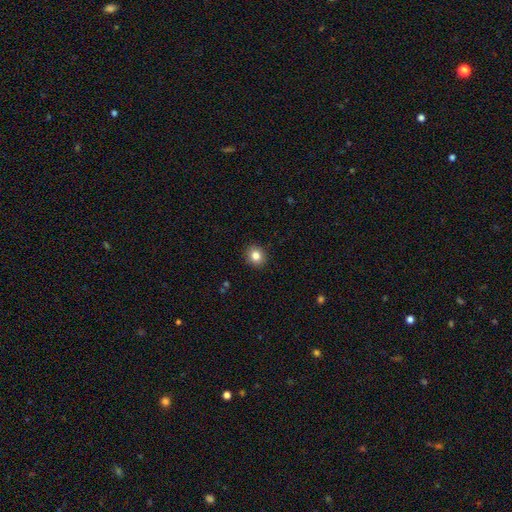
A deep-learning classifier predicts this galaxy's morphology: Smooth or featured? Predicted: smooth (p=0.83). How rounded? Predicted: round (p=0.82). Merging? Predicted: none (p=0.91).